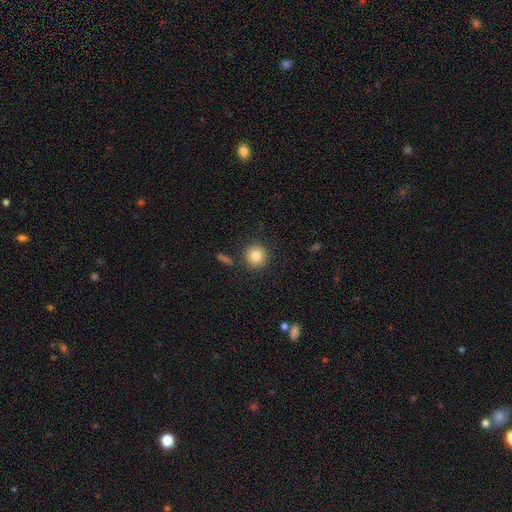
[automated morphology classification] Smooth or featured: smooth — 82% (star or artifact — 10%)
How rounded: round — 94% (in between — 5%)
Merging: none — 89% (minor disturbance — 6%)